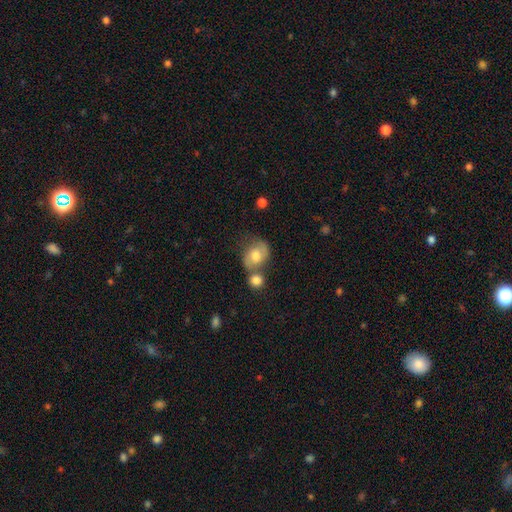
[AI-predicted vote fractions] smooth 52%, featured or disk 39%, star or artifact 9%. Down the decision tree: how rounded — round (59%); merging — none (44%).